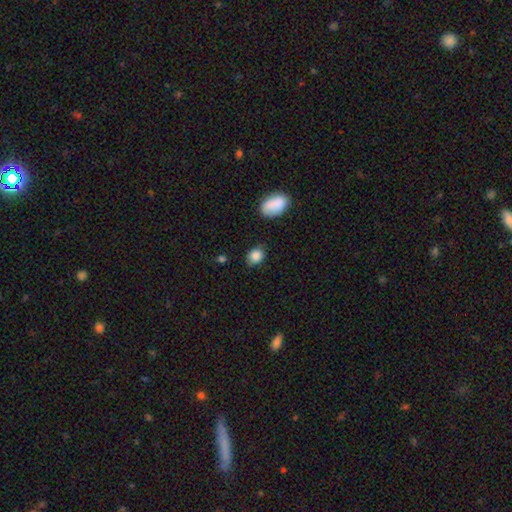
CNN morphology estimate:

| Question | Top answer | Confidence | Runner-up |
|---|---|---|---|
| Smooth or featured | smooth | 86% | star or artifact (8%) |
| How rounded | in between | 60% | round (38%) |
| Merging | none | 77% | minor disturbance (17%) |